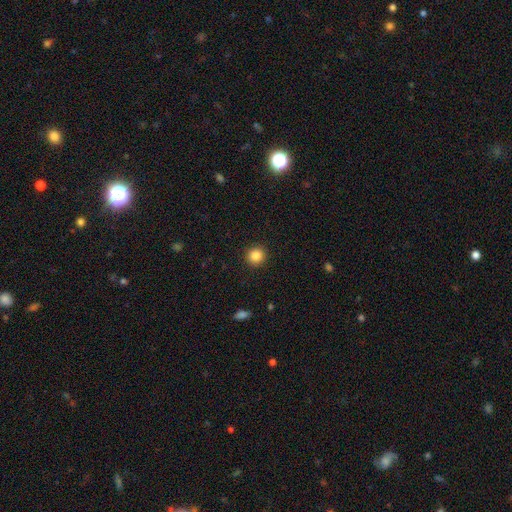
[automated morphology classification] A smooth galaxy with no disk features (85%) that is round (93%).

Vote fractions:
- Smooth or featured? smooth: 85% / star or artifact: 10% / featured or disk: 5%
- How rounded? round: 93% / in between: 6% / cigar-shaped: 1%
- Merging? none: 92% / minor disturbance: 5% / major disturbance: 2% / merger: 1%